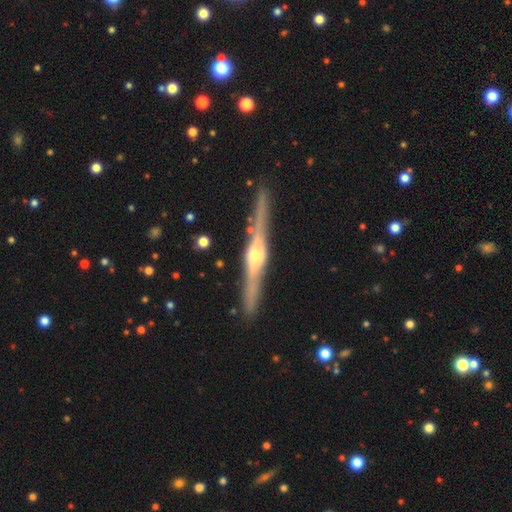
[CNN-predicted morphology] Smooth or featured? Predicted: featured or disk (p=0.85). Edge-on disk? Predicted: yes (p=0.98). Edge-on bulge? Predicted: rounded (p=0.81). Merging? Predicted: none (p=0.88).